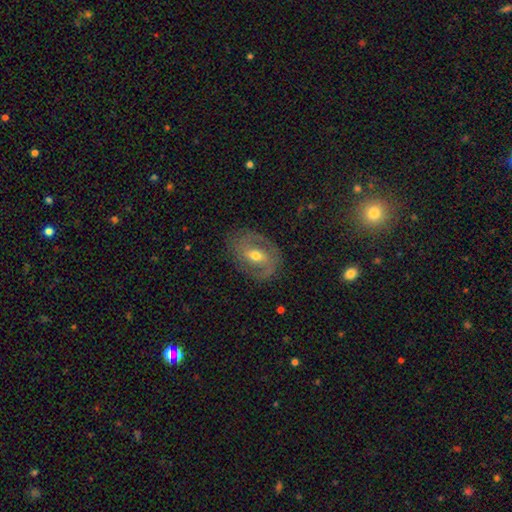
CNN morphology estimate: This is likely a featured or disk galaxy (73%). It is clearly not viewed edge-on (95%). Bar: possibly weak (48%). Spiral arm pattern: likely yes (79%). Spiral arm count: likely 2 (78%). Spiral winding: possibly medium (45%). Central bulge: likely moderate (70%). Merging: likely none (76%).